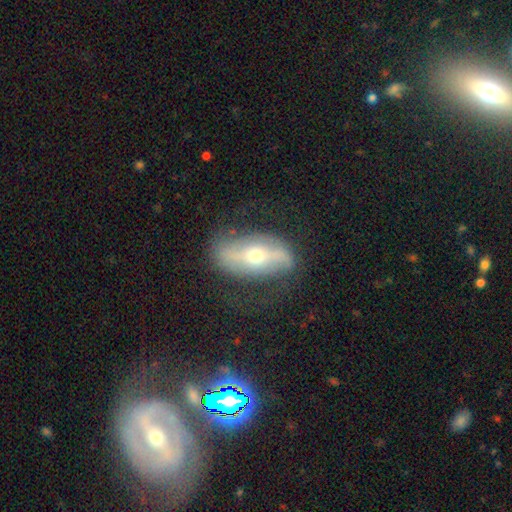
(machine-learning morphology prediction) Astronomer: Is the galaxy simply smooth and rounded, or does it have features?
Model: featured or disk — 73%.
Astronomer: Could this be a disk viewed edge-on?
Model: no — 80%.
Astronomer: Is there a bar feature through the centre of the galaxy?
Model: strong — 53%.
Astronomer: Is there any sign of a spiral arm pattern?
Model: yes — 67%.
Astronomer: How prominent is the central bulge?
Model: moderate — 50% (runner-up: small, 45%).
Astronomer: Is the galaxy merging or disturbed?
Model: none — 73%.